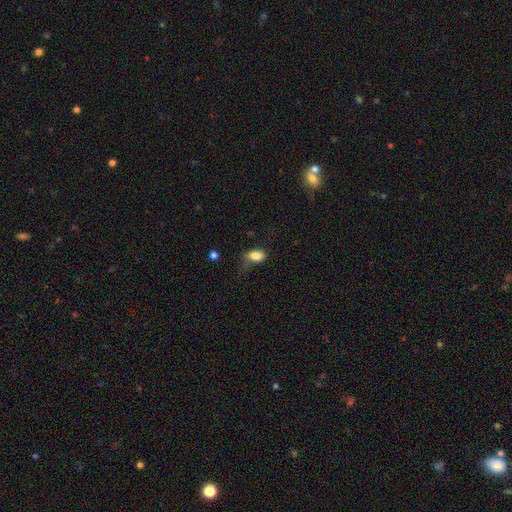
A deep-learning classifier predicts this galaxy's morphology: smooth_or_featured: smooth (p=0.83) [alt: star or artifact p=0.09]
how_rounded: in between (p=0.86) [alt: round p=0.11]
merging: none (p=0.40) [alt: minor disturbance p=0.33]